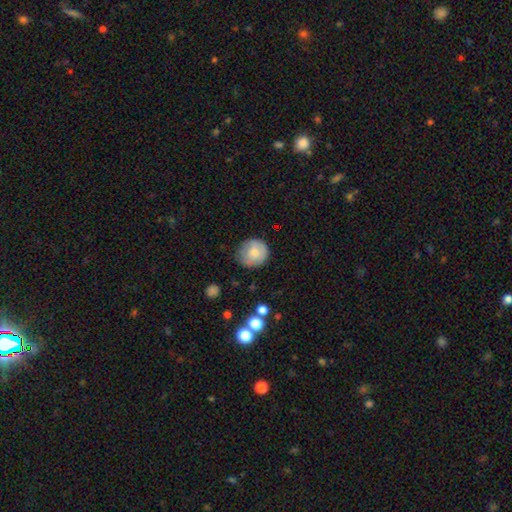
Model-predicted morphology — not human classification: Q: Smooth or featured?
A: smooth (70%); runner-up: featured or disk (21%)
Q: How rounded?
A: round (82%); runner-up: in between (17%)
Q: Merging?
A: none (73%); runner-up: minor disturbance (21%)